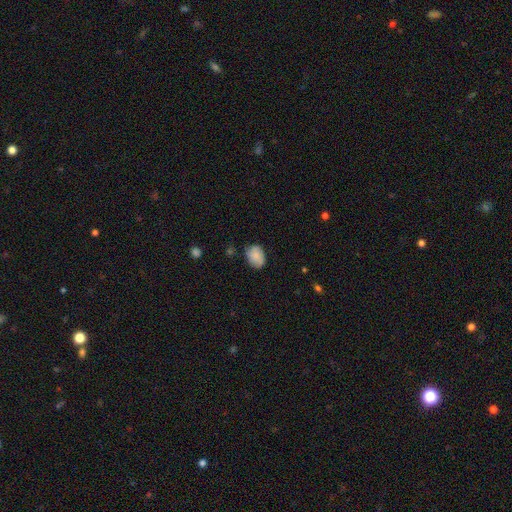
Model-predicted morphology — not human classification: The model was most divided on "merging": none: 65%, minor disturbance: 27%, major disturbance: 6%, merger: 2%. More confident: smooth or featured — smooth (76%); how rounded — in between (69%).